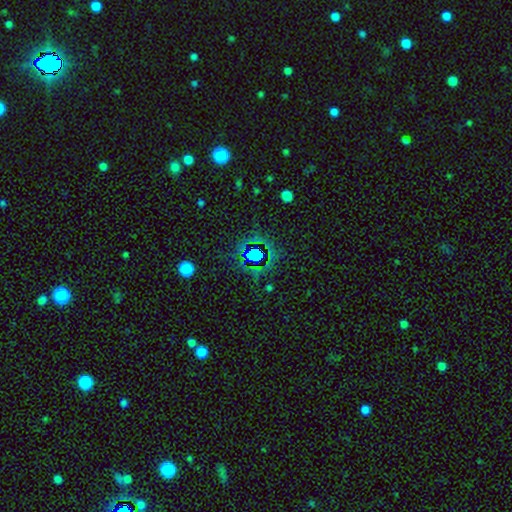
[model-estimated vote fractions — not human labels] This is likely a star or artifact rather than a galaxy (69%).